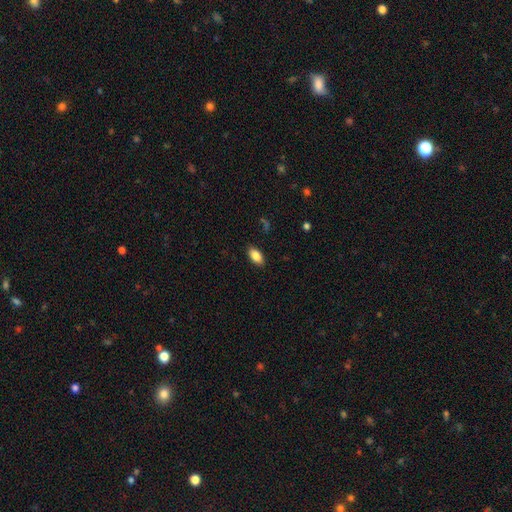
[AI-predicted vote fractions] The model was most divided on "merging": none: 87%, minor disturbance: 9%, major disturbance: 2%, merger: 1%. More confident: how rounded — in between (92%); smooth or featured — smooth (86%).